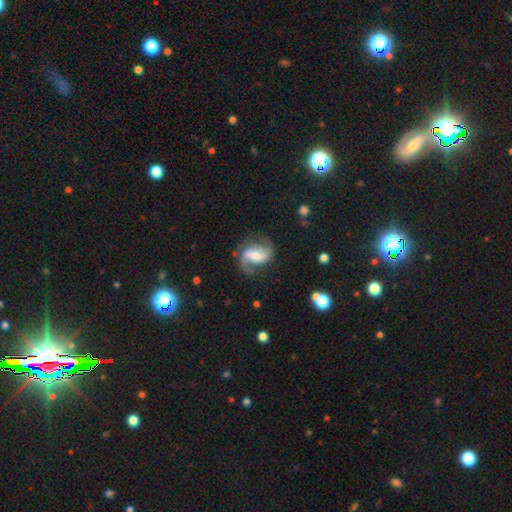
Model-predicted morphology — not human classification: Smooth or featured: featured or disk — 78% (smooth — 16%)
Edge-on disk: no — 97% (yes — 3%)
Bar: weak — 41% (strong — 34%)
Spiral arms: yes — 93% (no — 7%)
Spiral winding: loose — 46% (medium — 40%)
Spiral arm count: 2 — 82% (1 — 10%)
Bulge size: moderate — 54% (small — 36%)
Merging: none — 66% (minor disturbance — 19%)